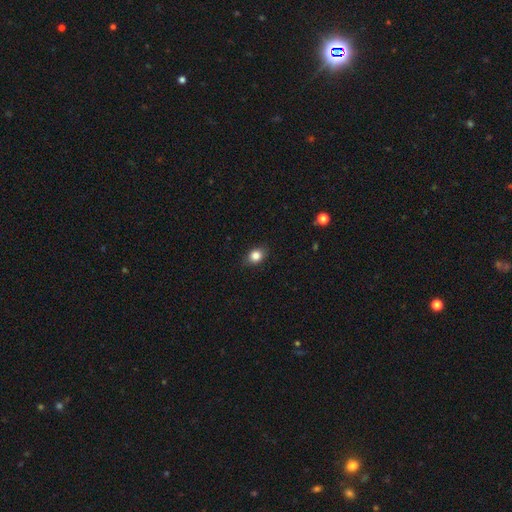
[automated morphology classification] Smooth or featured? smooth (84%)
How rounded? in between (52%)
Merging? none (84%)